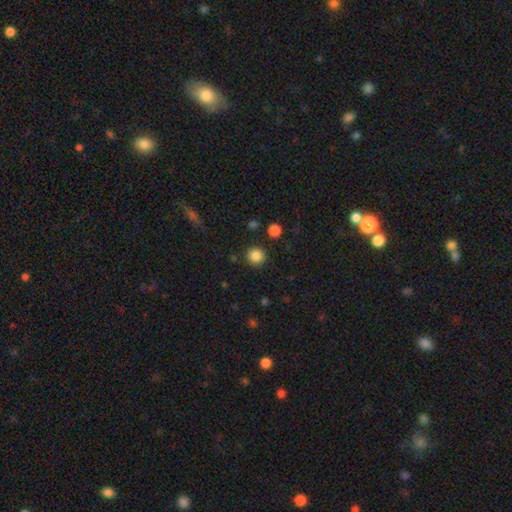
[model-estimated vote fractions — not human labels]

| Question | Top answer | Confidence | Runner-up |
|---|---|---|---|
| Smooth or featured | smooth | 86% | star or artifact (11%) |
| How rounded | round | 93% | in between (6%) |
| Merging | none | 90% | minor disturbance (5%) |